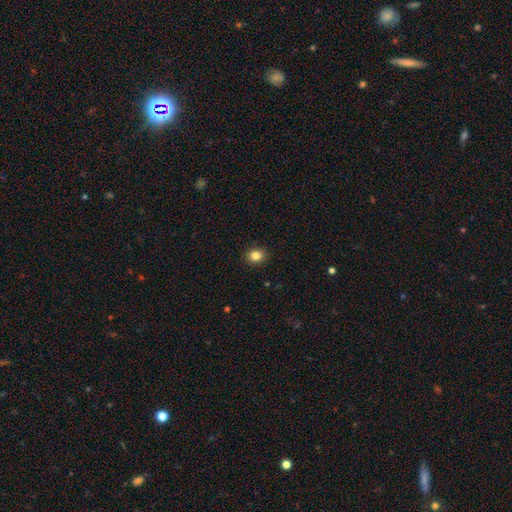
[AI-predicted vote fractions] Smooth or featured: smooth — 84% (star or artifact — 10%)
How rounded: round — 59% (in between — 40%)
Merging: none — 91% (minor disturbance — 7%)